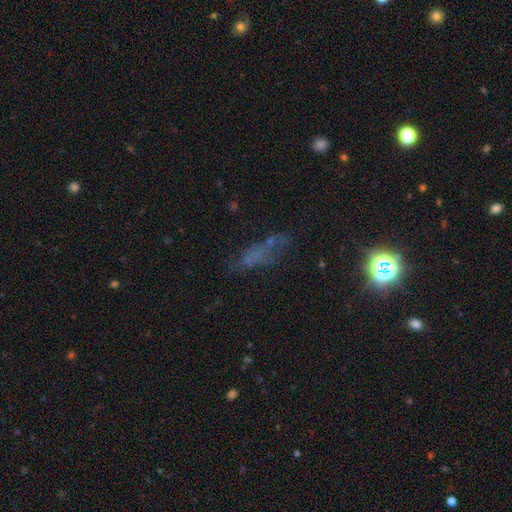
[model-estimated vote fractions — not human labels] Overall: smooth (41%; featured or disk 30%). Merging: none (50%; major disturbance 21%).